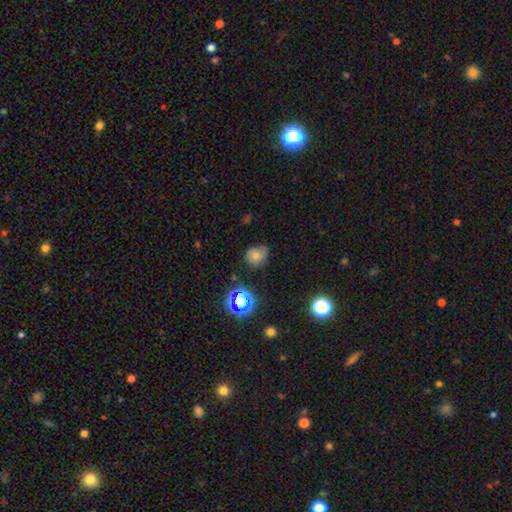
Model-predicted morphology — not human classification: Q: Smooth or featured?
A: smooth (68%); runner-up: star or artifact (18%)
Q: How rounded?
A: round (64%); runner-up: in between (35%)
Q: Merging?
A: none (56%); runner-up: minor disturbance (32%)